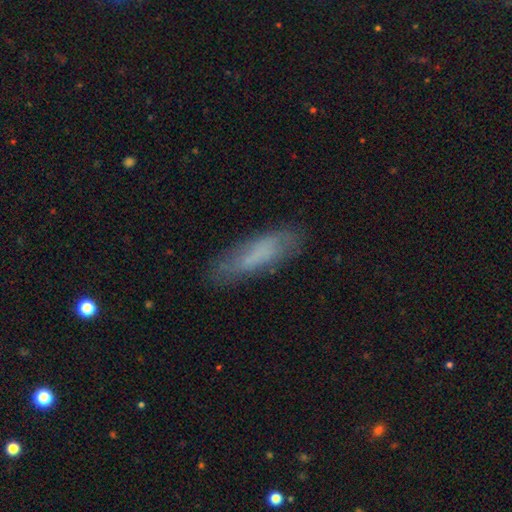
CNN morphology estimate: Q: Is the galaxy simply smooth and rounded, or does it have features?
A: smooth — 63%.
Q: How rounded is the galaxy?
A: cigar-shaped — 53%.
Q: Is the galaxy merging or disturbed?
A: none — 72%.